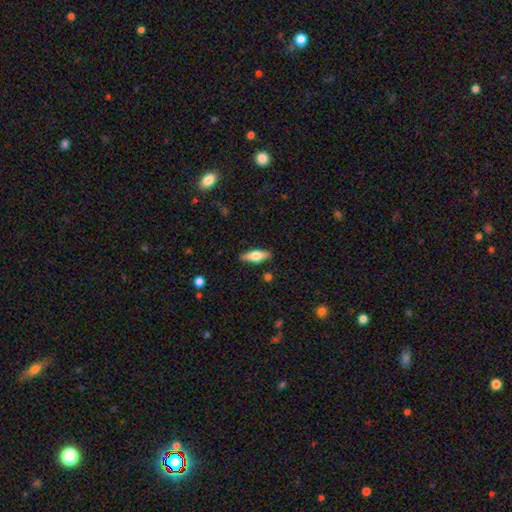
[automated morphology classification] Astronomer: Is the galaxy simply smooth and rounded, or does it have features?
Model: smooth — 59% (runner-up: featured or disk, 35%).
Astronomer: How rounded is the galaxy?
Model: in between — 60% (runner-up: cigar-shaped, 37%).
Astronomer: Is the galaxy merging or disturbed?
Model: none — 88%.